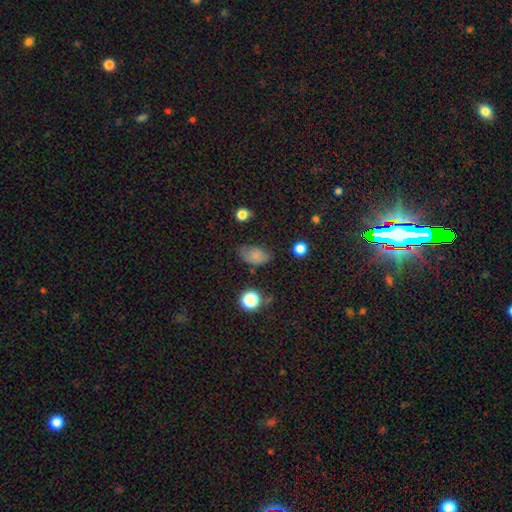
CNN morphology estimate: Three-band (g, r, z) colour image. It shows a smooth galaxy with no disk features (76%) that is in between round and cigar-shaped (88%). Merging: none (56%).